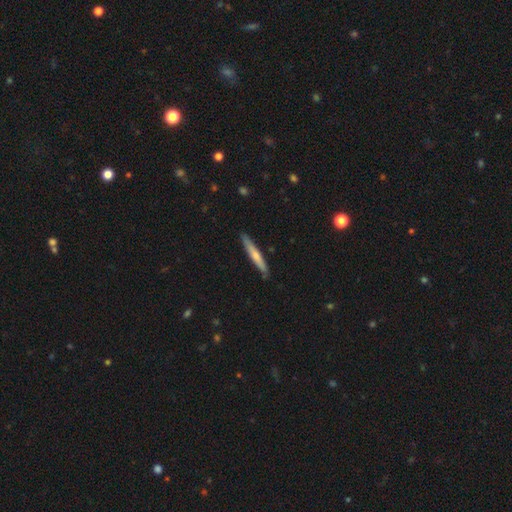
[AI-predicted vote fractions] smooth 57%, featured or disk 38%, star or artifact 5%. Down the decision tree: how rounded — cigar-shaped (95%); merging — none (86%).